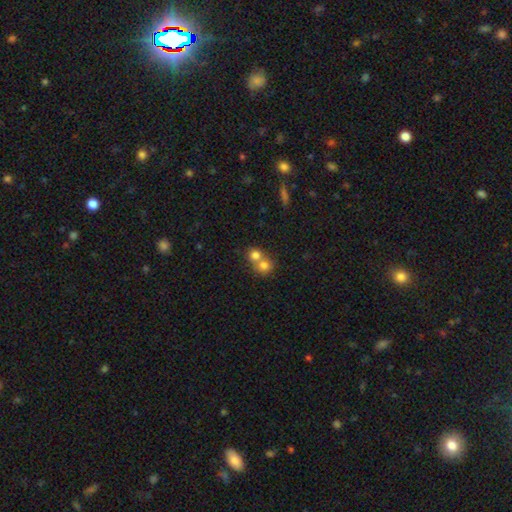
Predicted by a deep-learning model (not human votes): A smooth galaxy with no disk features (76%) that is round (82%). Merging: merger (61%).